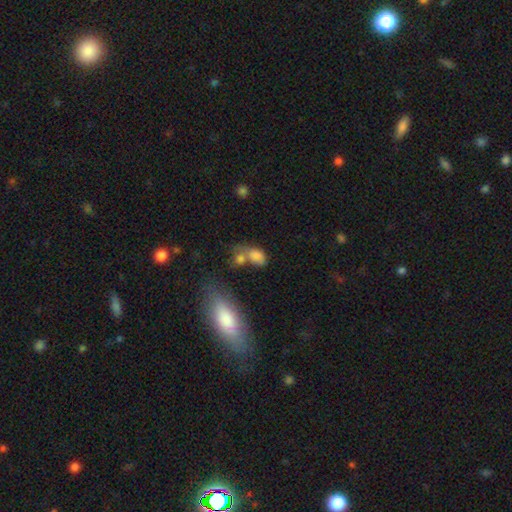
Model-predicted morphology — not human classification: smooth 73%, featured or disk 15%, star or artifact 12%. Down the decision tree: how rounded — in between (83%); merging — merger (46%).